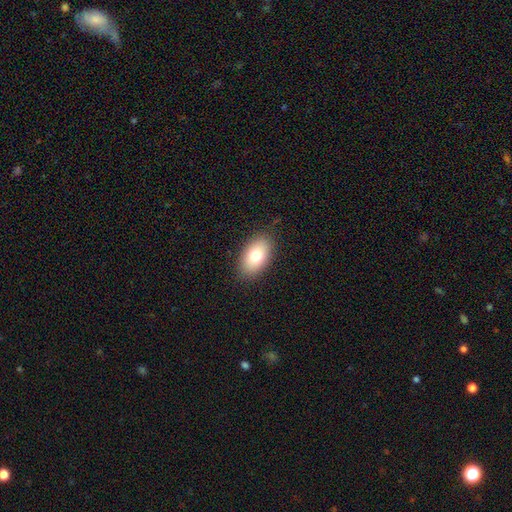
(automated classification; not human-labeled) Morphology: type=smooth (77%); roundness=in between (91%); merging=none (86%).